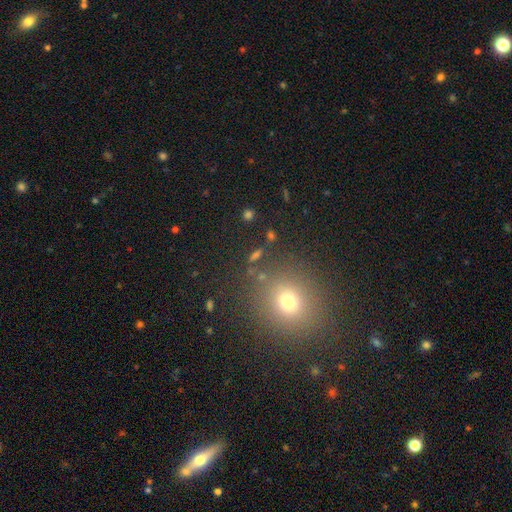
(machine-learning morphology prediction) A smooth galaxy with no disk features (54%) that is round (74%).

Vote fractions:
- Smooth or featured? smooth: 54% / star or artifact: 37% / featured or disk: 10%
- How rounded? round: 74% / in between: 23% / cigar-shaped: 3%
- Merging? none: 83% / minor disturbance: 8% / merger: 5% / major disturbance: 4%